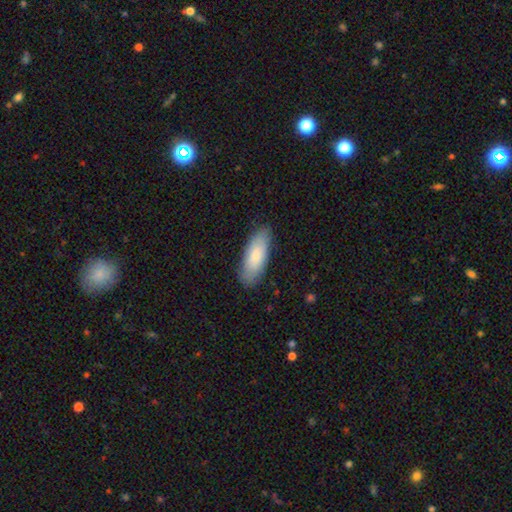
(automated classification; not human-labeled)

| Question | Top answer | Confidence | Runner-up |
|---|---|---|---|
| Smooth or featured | smooth | 81% | featured or disk (14%) |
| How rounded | in between | 72% | cigar-shaped (27%) |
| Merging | none | 84% | minor disturbance (13%) |